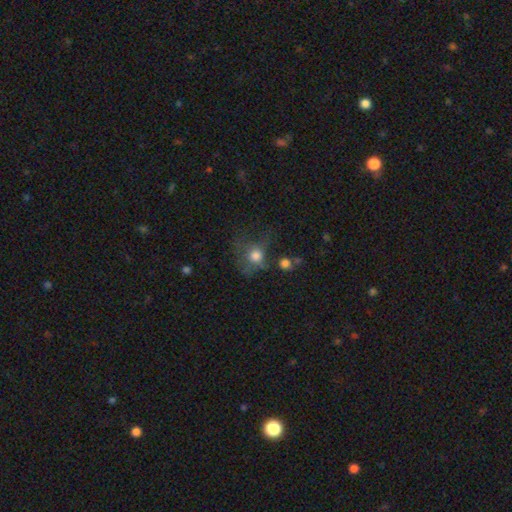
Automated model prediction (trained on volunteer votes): This appears to be a smooth galaxy with no disk features (67%) that is round (75%). Merging: none (39%).